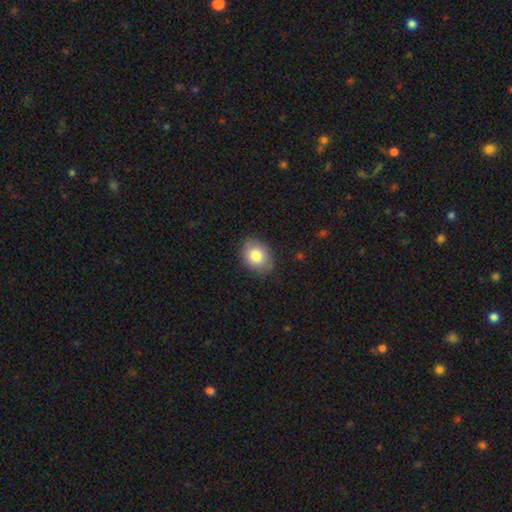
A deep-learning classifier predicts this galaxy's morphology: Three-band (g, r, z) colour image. It shows a smooth galaxy with no disk features (81%) that is in between round and cigar-shaped (68%). Merging: none (81%).